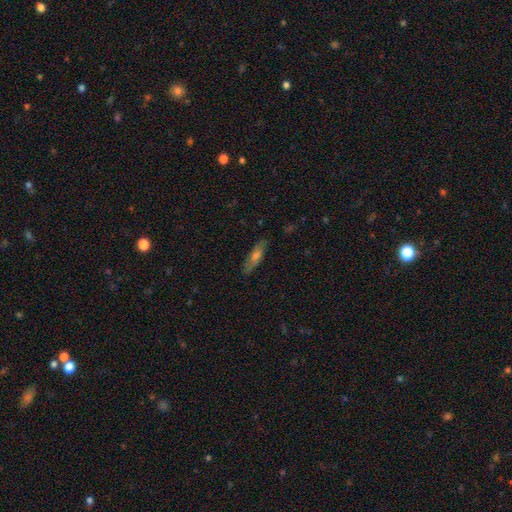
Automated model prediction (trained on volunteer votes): Smooth or featured?
  - smooth: 51% *
  - featured or disk: 40%
  - star or artifact: 9%
How rounded?
  - cigar-shaped: 72% *
  - in between: 26%
  - round: 2%
Merging?
  - none: 84% *
  - minor disturbance: 12%
  - major disturbance: 2%
  - merger: 1%